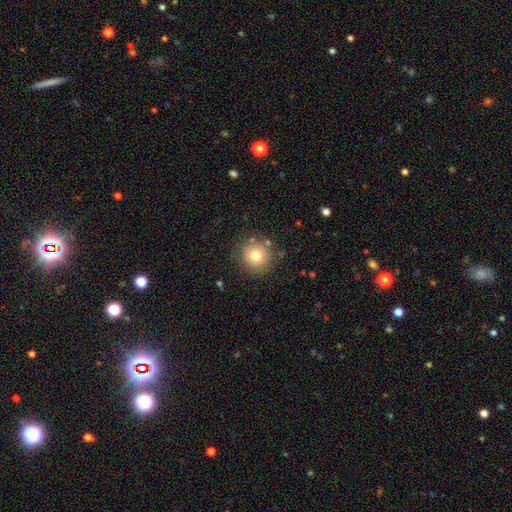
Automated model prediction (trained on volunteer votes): Smooth or featured?
  - smooth: 77% *
  - star or artifact: 12%
  - featured or disk: 11%
How rounded?
  - round: 94% *
  - in between: 5%
  - cigar-shaped: 1%
Merging?
  - none: 84% *
  - minor disturbance: 10%
  - major disturbance: 3%
  - merger: 3%